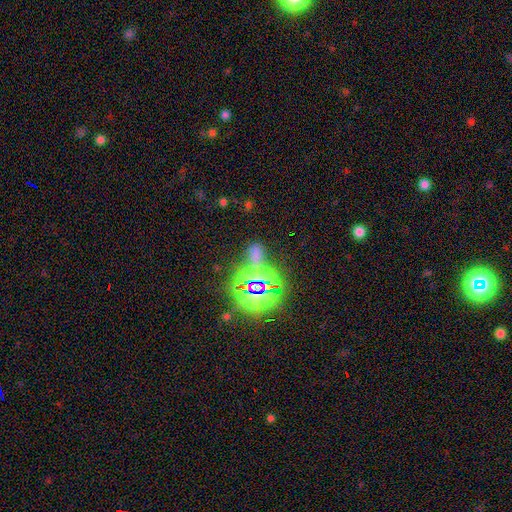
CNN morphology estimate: Smooth or featured? star or artifact (63%)